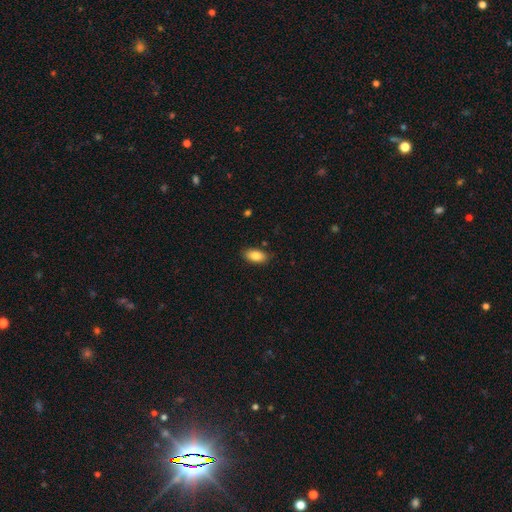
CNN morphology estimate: smooth_or_featured: smooth (p=0.84) [alt: featured or disk p=0.08]
how_rounded: in between (p=0.92) [alt: round p=0.04]
merging: none (p=0.86) [alt: minor disturbance p=0.10]